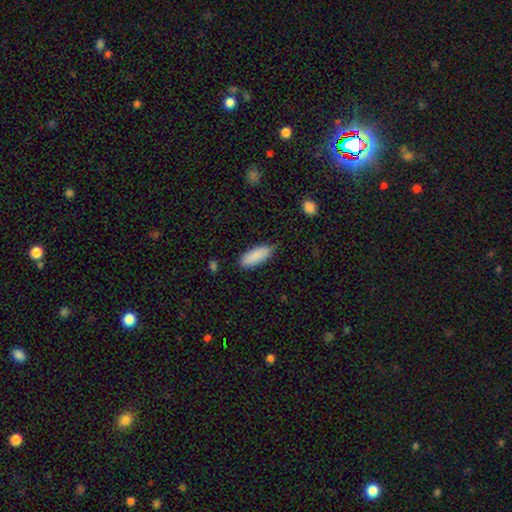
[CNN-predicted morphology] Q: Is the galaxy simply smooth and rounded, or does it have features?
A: smooth — 88%.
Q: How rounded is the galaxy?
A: in between — 81%.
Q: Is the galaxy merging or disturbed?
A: none — 67%.